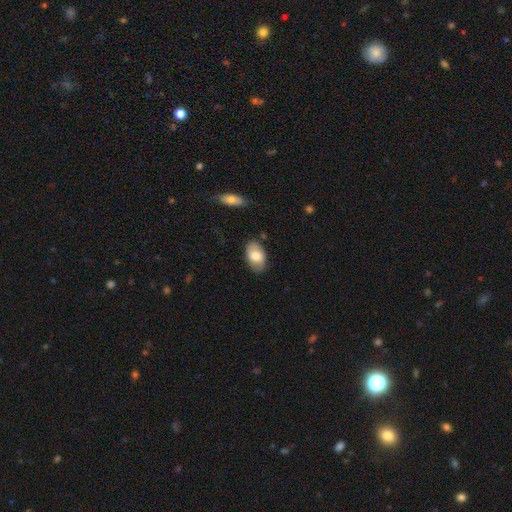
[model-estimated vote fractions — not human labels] smooth_or_featured: smooth (p=0.75) [alt: featured or disk p=0.19]
how_rounded: in between (p=0.92) [alt: round p=0.06]
merging: none (p=0.79) [alt: minor disturbance p=0.16]